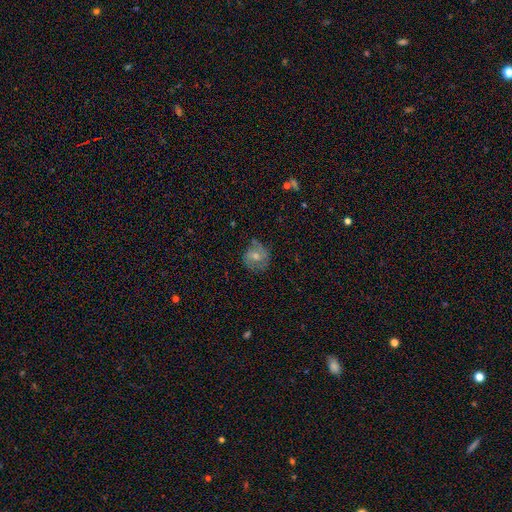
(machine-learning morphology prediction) Q: Smooth or featured?
A: smooth (51%); runner-up: featured or disk (40%)
Q: How rounded?
A: round (80%); runner-up: in between (19%)
Q: Merging?
A: none (67%); runner-up: minor disturbance (23%)